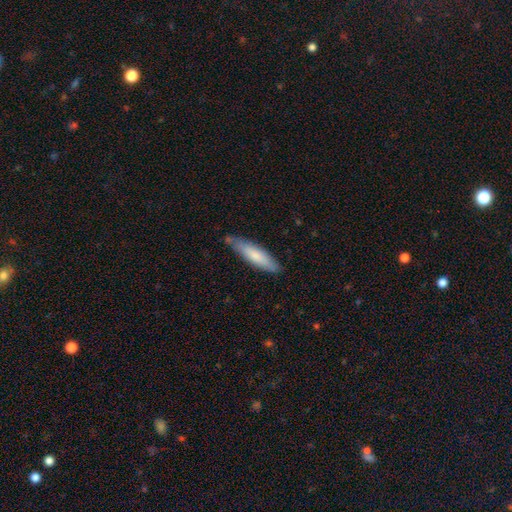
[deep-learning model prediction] This is likely a smooth galaxy (73%). How rounded: likely cigar-shaped (70%). Merging: likely none (77%).